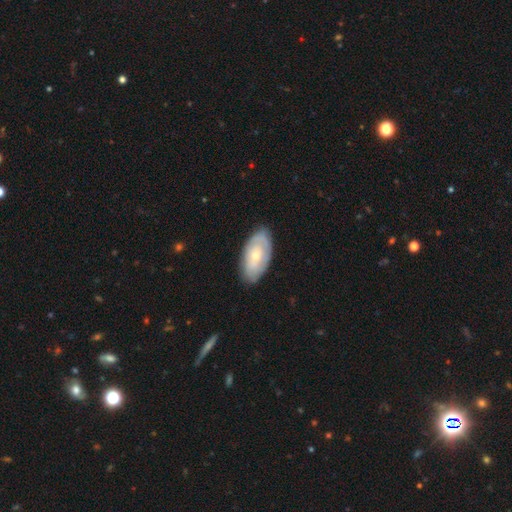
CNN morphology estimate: type=featured or disk (49%); merging=none (79%).